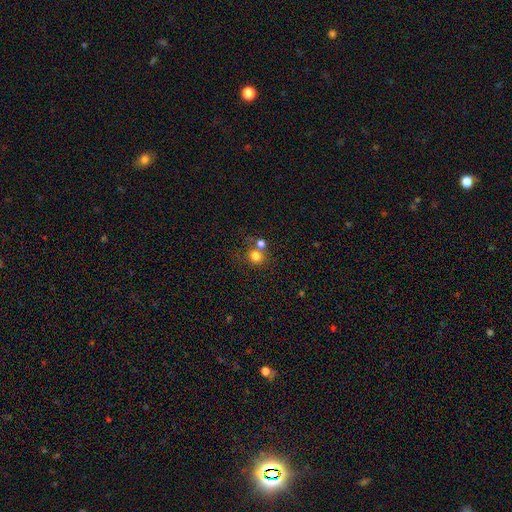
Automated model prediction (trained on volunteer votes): The model was most divided on "merging": none: 53%, merger: 33%, minor disturbance: 9%, major disturbance: 5%. More confident: how rounded — round (81%); smooth or featured — smooth (77%).